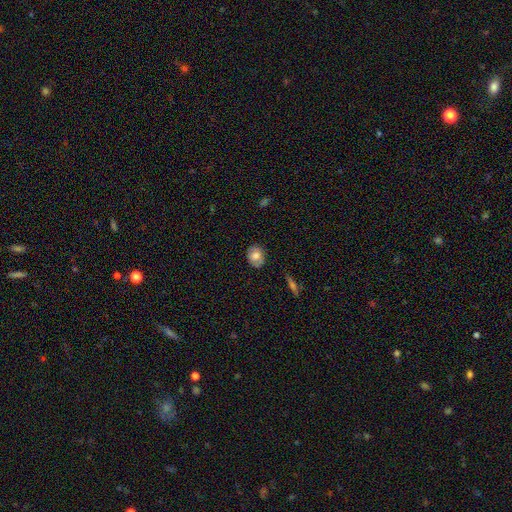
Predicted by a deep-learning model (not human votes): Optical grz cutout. It shows a smooth galaxy with no disk features (74%) that is round (53%). Merging: none (82%).